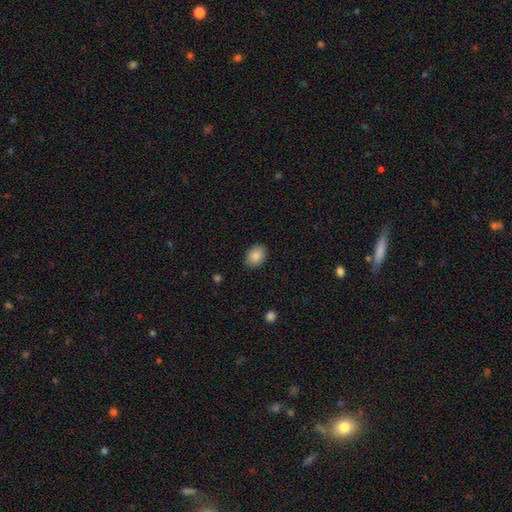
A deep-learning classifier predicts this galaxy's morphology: Smooth or featured? Predicted: smooth (p=0.88). How rounded? Predicted: in between (p=0.66). Merging? Predicted: none (p=0.86).